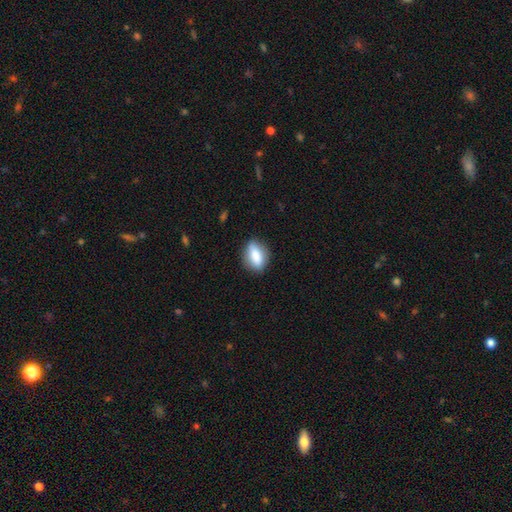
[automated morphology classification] type=smooth (80%); roundness=in between (79%); merging=none (82%).